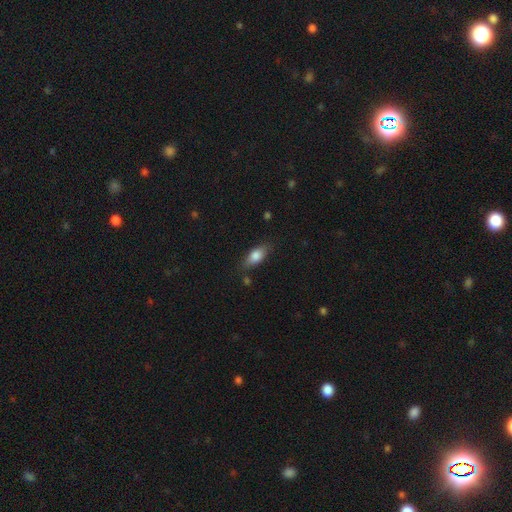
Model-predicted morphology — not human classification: Overall: smooth (78%). How rounded: in between (81%). Merging: none (78%).